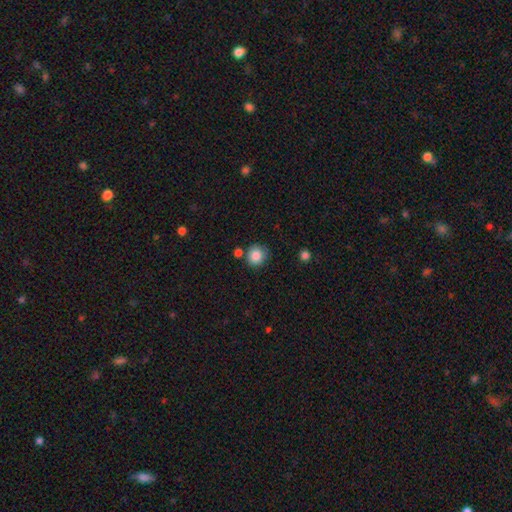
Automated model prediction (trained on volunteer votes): smooth-or-featured: smooth: 86% | star or artifact: 9% | featured or disk: 5%
  how-rounded: round: 89% | in between: 11% | cigar-shaped: 1%
  merging: none: 78% | minor disturbance: 11% | merger: 8% | major disturbance: 3%